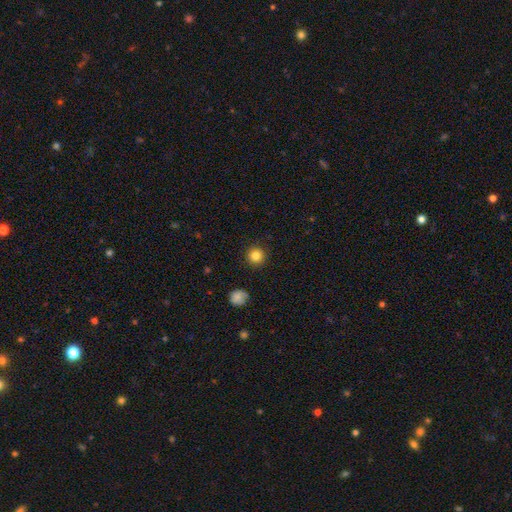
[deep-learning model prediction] A smooth galaxy with no disk features (83%) that is round (95%).

Vote fractions:
- Smooth or featured? smooth: 83% / star or artifact: 11% / featured or disk: 5%
- How rounded? round: 95% / in between: 4% / cigar-shaped: 1%
- Merging? none: 91% / minor disturbance: 6% / major disturbance: 2% / merger: 1%